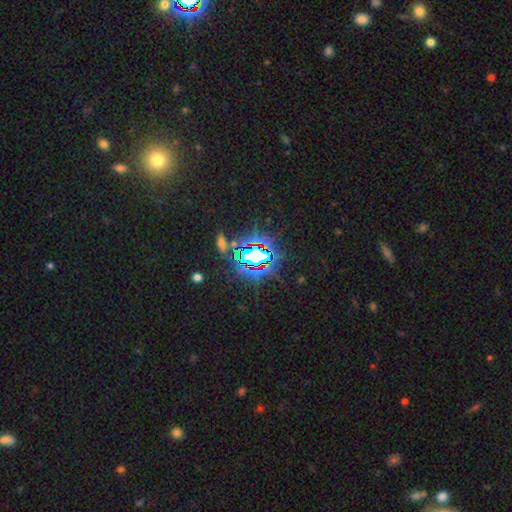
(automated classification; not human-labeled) smooth_or_featured: star or artifact (p=0.78) [alt: smooth p=0.12]